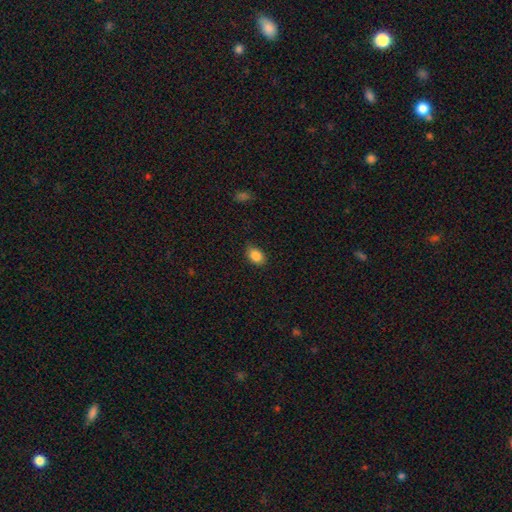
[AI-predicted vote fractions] A smooth galaxy with no disk features (87%) that is in between round and cigar-shaped (78%).

Vote fractions:
- Smooth or featured? smooth: 87% / star or artifact: 9% / featured or disk: 5%
- How rounded? in between: 78% / round: 21% / cigar-shaped: 1%
- Merging? none: 81% / minor disturbance: 15% / major disturbance: 3% / merger: 1%